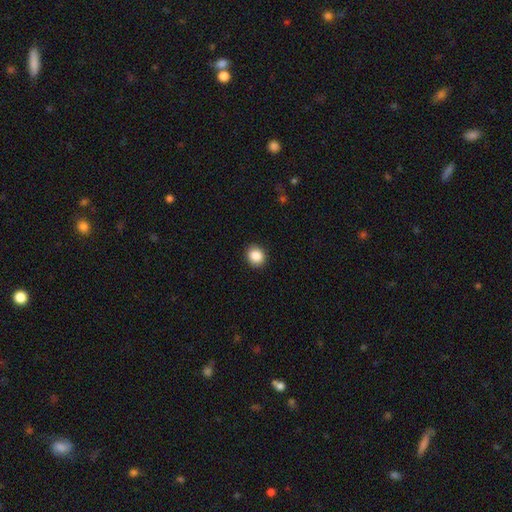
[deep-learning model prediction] smooth-or-featured: smooth: 87% | star or artifact: 9% | featured or disk: 4%
  how-rounded: round: 73% | in between: 27% | cigar-shaped: 1%
  merging: none: 91% | minor disturbance: 6% | major disturbance: 2% | merger: 1%